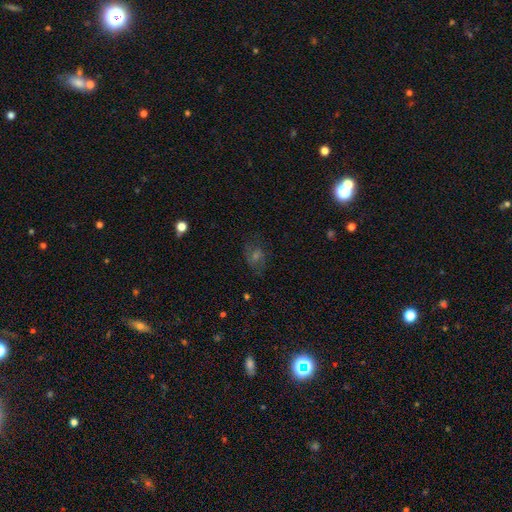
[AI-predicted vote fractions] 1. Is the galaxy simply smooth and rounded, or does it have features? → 35% star or artifact, 33% featured or disk, 31% smooth.